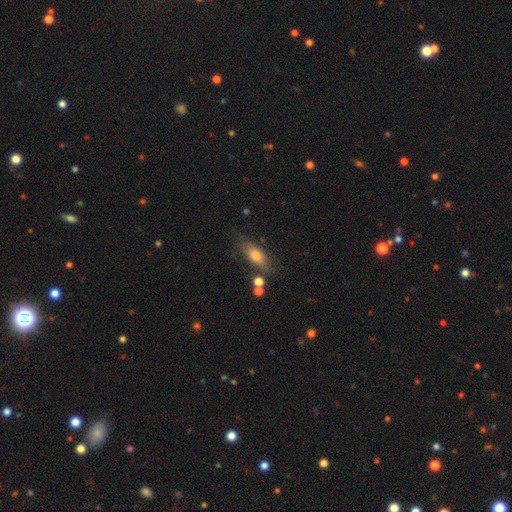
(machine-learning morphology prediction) smooth_or_featured: smooth (p=0.65) [alt: featured or disk p=0.25]
how_rounded: in between (p=0.67) [alt: cigar-shaped p=0.26]
merging: none (p=0.64) [alt: minor disturbance p=0.20]